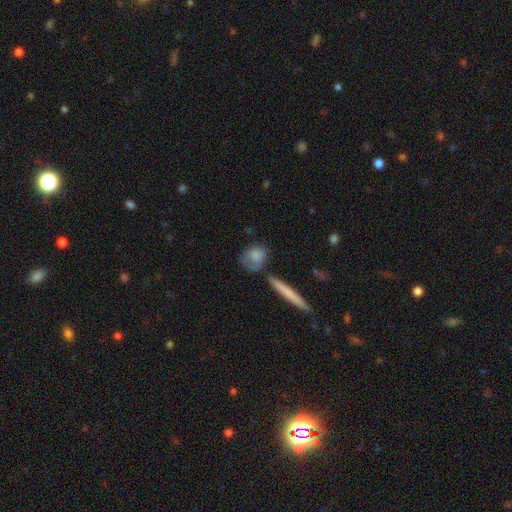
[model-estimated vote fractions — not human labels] smooth 74%, featured or disk 20%, star or artifact 7%. Down the decision tree: how rounded — round (45%); merging — none (48%).